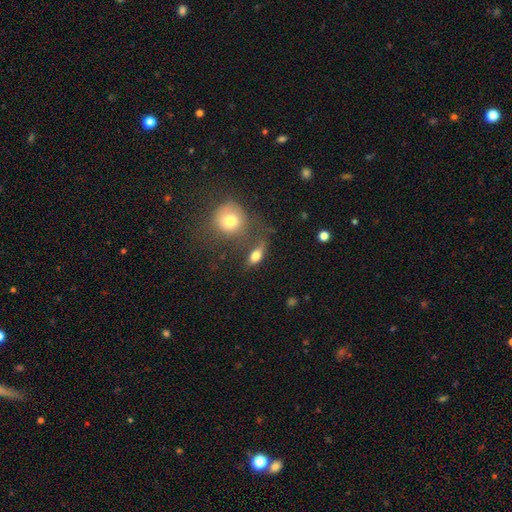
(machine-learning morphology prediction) Smooth or featured: smooth — 71% (featured or disk — 19%)
How rounded: in between — 67% (round — 19%)
Merging: none — 54% (minor disturbance — 19%)